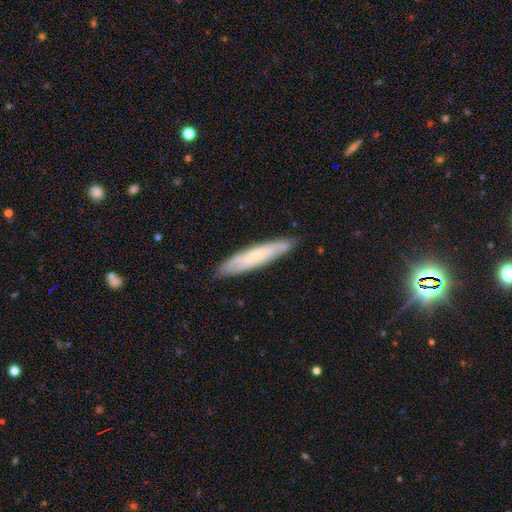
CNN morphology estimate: A smooth galaxy with no disk features (50%) that is cigar-shaped (87%).

Vote fractions:
- Smooth or featured? smooth: 50% / featured or disk: 43% / star or artifact: 6%
- How rounded? cigar-shaped: 87% / in between: 11% / round: 1%
- Merging? none: 85% / minor disturbance: 12% / major disturbance: 2% / merger: 1%